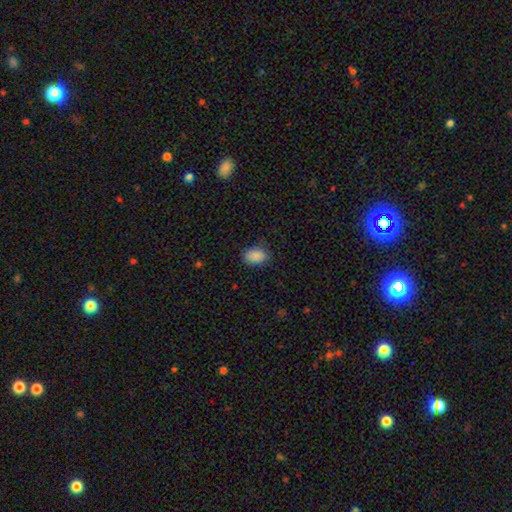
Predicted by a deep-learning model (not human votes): A smooth galaxy with no disk features (89%) that is in between round and cigar-shaped (81%).

Vote fractions:
- Smooth or featured? smooth: 89% / star or artifact: 8% / featured or disk: 3%
- How rounded? in between: 81% / round: 18% / cigar-shaped: 1%
- Merging? none: 83% / minor disturbance: 13% / major disturbance: 3% / merger: 1%